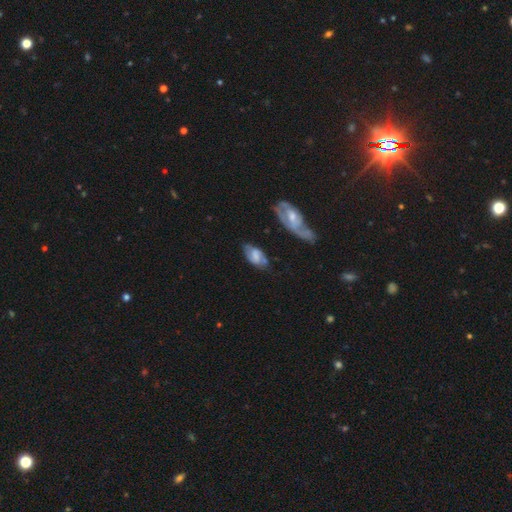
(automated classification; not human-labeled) This is possibly a featured or disk galaxy (48%). Merging: possibly none (57%).